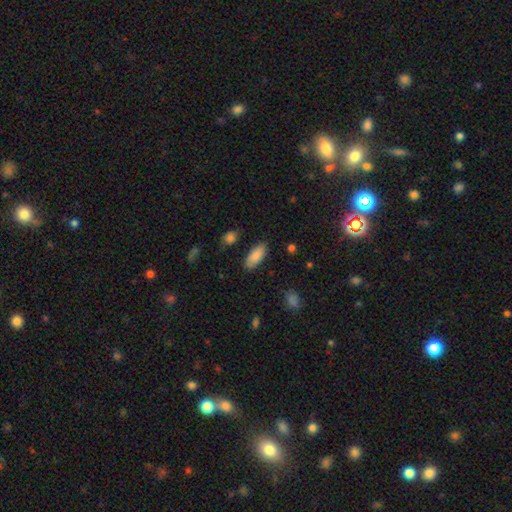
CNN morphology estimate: smooth 86%, featured or disk 8%, star or artifact 6%. Down the decision tree: how rounded — in between (85%); merging — none (84%).